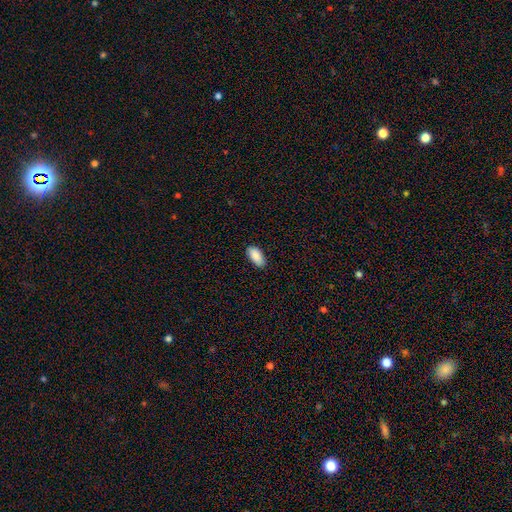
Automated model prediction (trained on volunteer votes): Smooth or featured: smooth — 89% (star or artifact — 6%)
How rounded: in between — 94% (cigar-shaped — 4%)
Merging: none — 84% (minor disturbance — 13%)